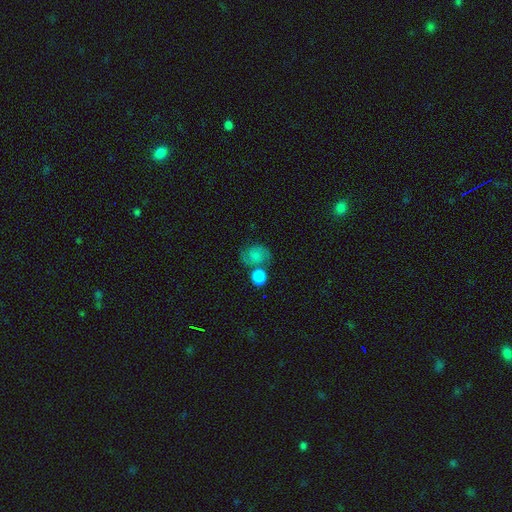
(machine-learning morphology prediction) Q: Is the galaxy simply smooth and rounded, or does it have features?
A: smooth — 69%.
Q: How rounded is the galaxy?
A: round — 51%.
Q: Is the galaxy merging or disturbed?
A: none — 46%.